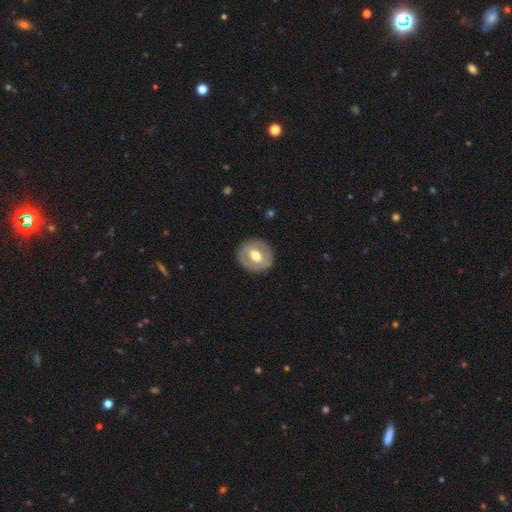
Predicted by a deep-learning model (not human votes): Q: Smooth or featured?
A: featured or disk (50%); runner-up: smooth (44%)
Q: Merging?
A: none (86%); runner-up: minor disturbance (10%)